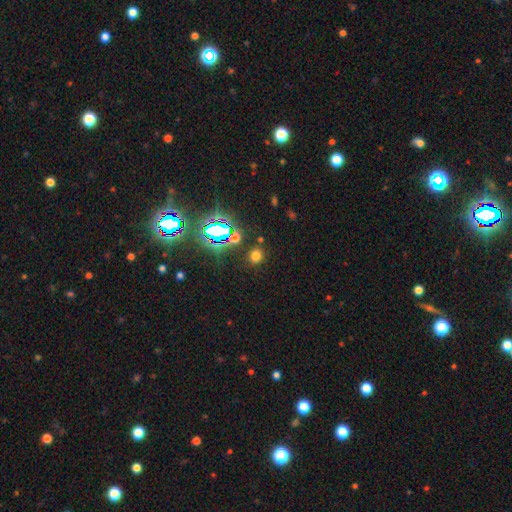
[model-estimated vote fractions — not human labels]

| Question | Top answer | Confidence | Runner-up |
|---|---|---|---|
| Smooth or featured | smooth | 63% | star or artifact (30%) |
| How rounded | round | 74% | in between (25%) |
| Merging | none | 85% | minor disturbance (8%) |